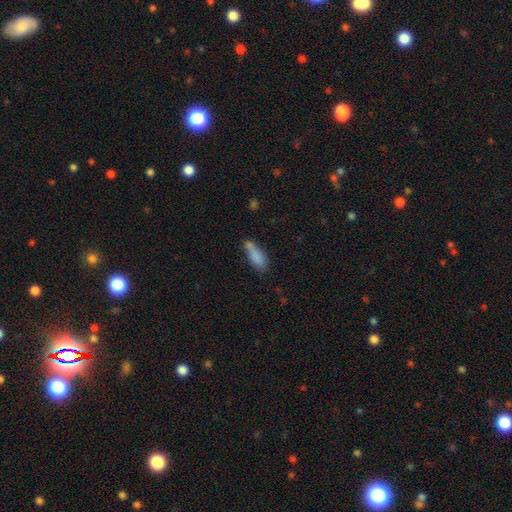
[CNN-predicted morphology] smooth-or-featured: smooth: 81% | featured or disk: 10% | star or artifact: 8%
  how-rounded: in between: 64% | cigar-shaped: 33% | round: 2%
  merging: none: 49% | minor disturbance: 25% | merger: 17% | major disturbance: 8%